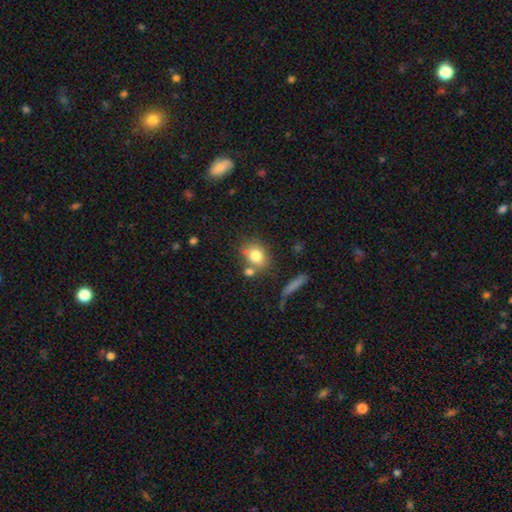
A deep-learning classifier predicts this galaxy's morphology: Smooth or featured: smooth — 77% (featured or disk — 12%)
How rounded: round — 53% (in between — 45%)
Merging: none — 60% (merger — 20%)